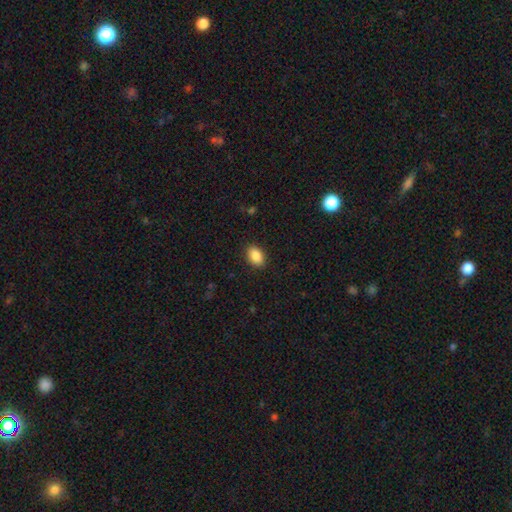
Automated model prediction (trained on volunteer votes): Overall: smooth (89%). How rounded: in between (88%). Merging: none (89%).